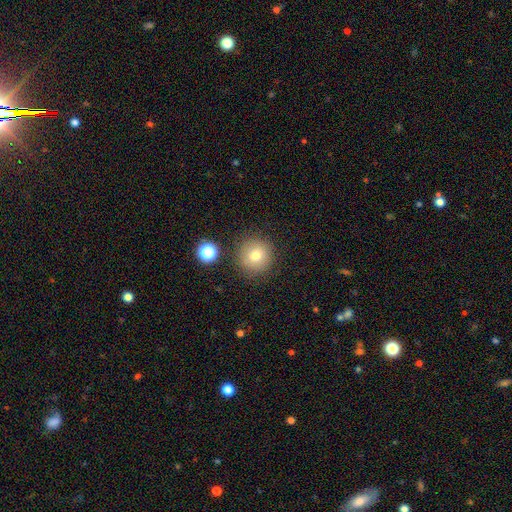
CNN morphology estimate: This is likely a smooth galaxy (76%). How rounded: clearly round (94%). Merging: clearly none (85%).